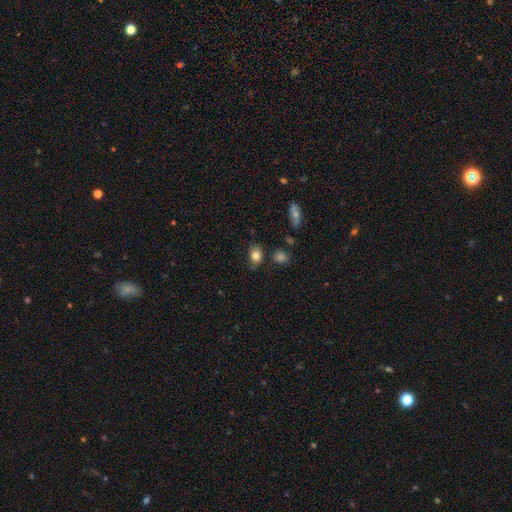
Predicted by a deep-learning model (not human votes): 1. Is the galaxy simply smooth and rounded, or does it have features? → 82% smooth, 10% star or artifact, 8% featured or disk.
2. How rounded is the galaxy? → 66% in between, 32% round, 1% cigar-shaped.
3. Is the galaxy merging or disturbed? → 73% none, 19% minor disturbance, 4% major disturbance, 4% merger.